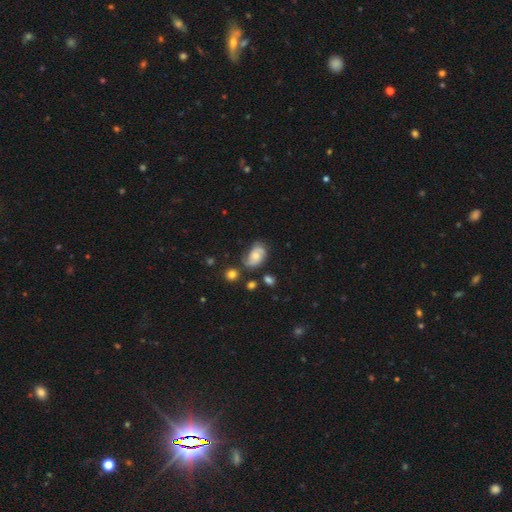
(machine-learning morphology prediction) Smooth or featured: featured or disk — 52% (smooth — 40%)
Edge-on disk: no — 96% (yes — 4%)
Merging: none — 54% (minor disturbance — 29%)